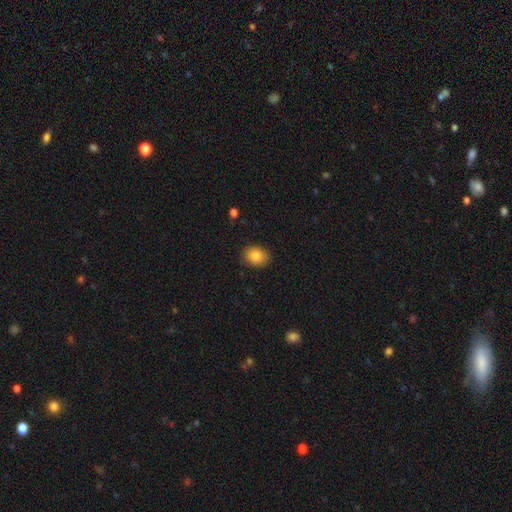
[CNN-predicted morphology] Q: Smooth or featured?
A: smooth (84%); runner-up: star or artifact (9%)
Q: How rounded?
A: in between (60%); runner-up: round (39%)
Q: Merging?
A: none (88%); runner-up: minor disturbance (9%)